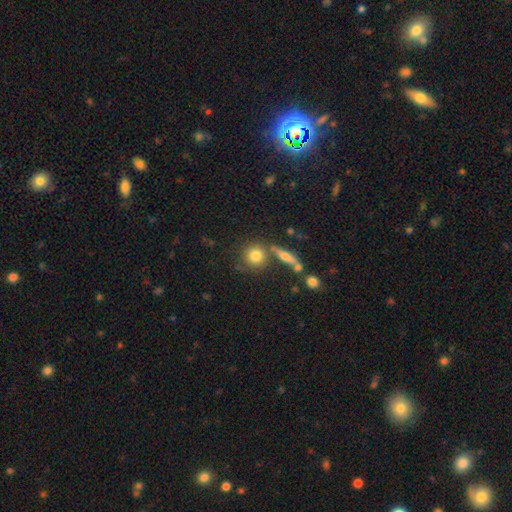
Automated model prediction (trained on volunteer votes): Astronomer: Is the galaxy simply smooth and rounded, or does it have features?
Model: smooth — 77%.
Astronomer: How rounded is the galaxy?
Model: round — 87%.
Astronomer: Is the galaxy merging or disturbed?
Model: none — 69%.